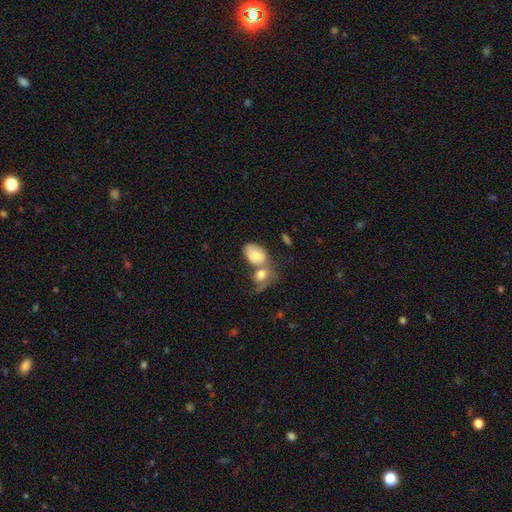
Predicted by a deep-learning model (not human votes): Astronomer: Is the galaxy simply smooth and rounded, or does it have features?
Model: smooth — 74%.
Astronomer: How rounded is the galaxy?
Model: in between — 86%.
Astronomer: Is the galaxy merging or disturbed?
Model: merger — 57%.